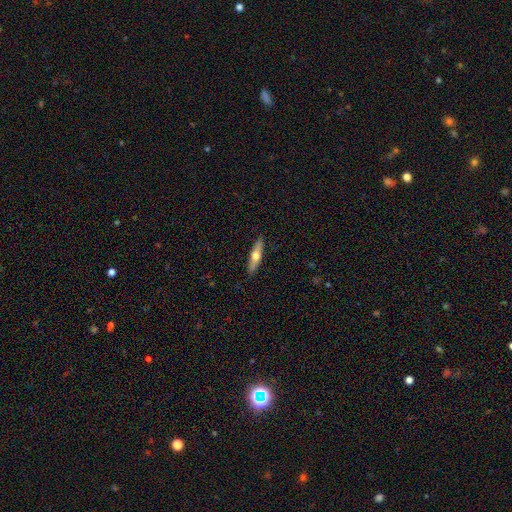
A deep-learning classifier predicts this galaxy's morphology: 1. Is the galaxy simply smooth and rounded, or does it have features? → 52% smooth, 42% featured or disk, 5% star or artifact.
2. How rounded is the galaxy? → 73% cigar-shaped, 25% in between, 2% round.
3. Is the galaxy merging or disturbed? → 90% none, 8% minor disturbance, 2% major disturbance, 1% merger.